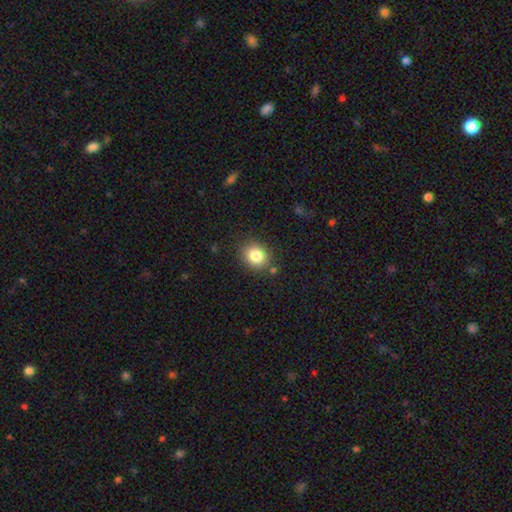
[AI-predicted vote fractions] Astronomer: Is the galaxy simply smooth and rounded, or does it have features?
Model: smooth — 83%.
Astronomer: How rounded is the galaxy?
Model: round — 71%.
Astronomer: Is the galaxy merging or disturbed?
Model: none — 83%.